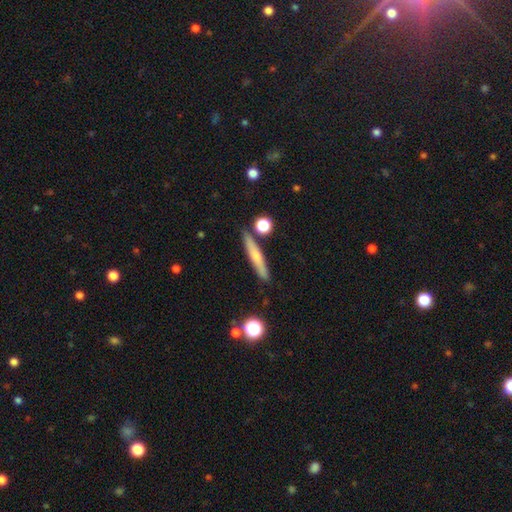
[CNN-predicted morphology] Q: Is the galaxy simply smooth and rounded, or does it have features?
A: smooth — 57%.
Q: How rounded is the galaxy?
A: cigar-shaped — 90%.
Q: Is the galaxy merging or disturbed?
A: none — 84%.